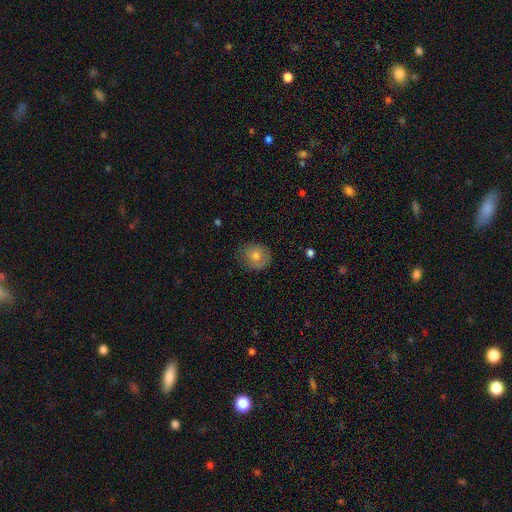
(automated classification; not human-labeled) Morphology: type=smooth (67%); roundness=round (78%); merging=none (78%).